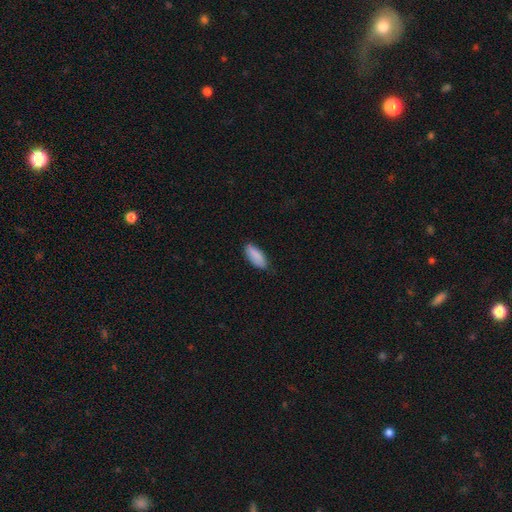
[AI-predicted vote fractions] This is clearly a smooth galaxy (88%). How rounded: clearly in between (80%). Merging: likely none (77%).